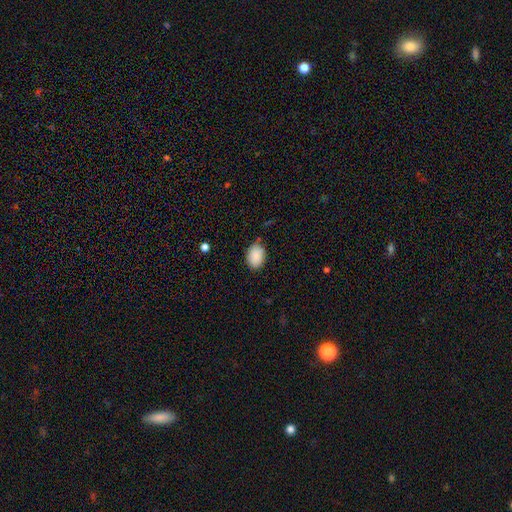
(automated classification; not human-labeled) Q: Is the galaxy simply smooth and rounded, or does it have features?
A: smooth — 89%.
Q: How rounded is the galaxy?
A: in between — 78%.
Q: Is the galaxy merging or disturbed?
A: none — 77%.